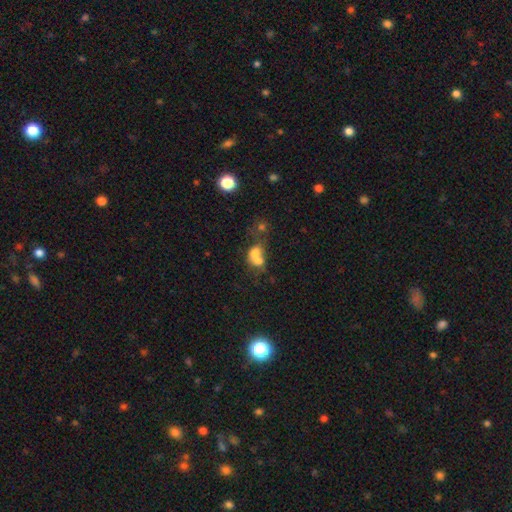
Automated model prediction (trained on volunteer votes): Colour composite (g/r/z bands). It shows a smooth galaxy with no disk features (64%) that is round (51%). Merging: merger (70%).